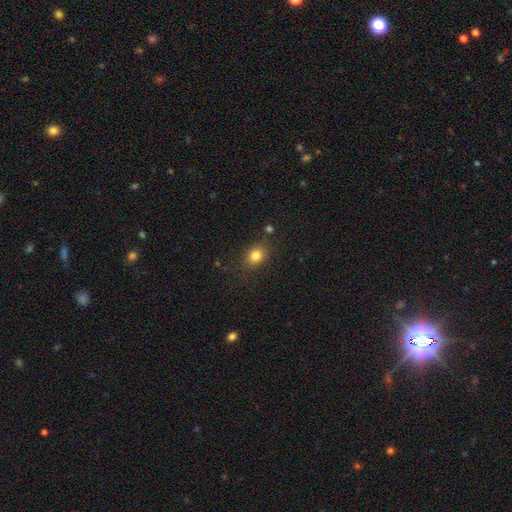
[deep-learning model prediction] smooth-or-featured: smooth: 82% | star or artifact: 11% | featured or disk: 7%
  how-rounded: round: 53% | in between: 46% | cigar-shaped: 1%
  merging: none: 81% | minor disturbance: 12% | major disturbance: 4% | merger: 3%